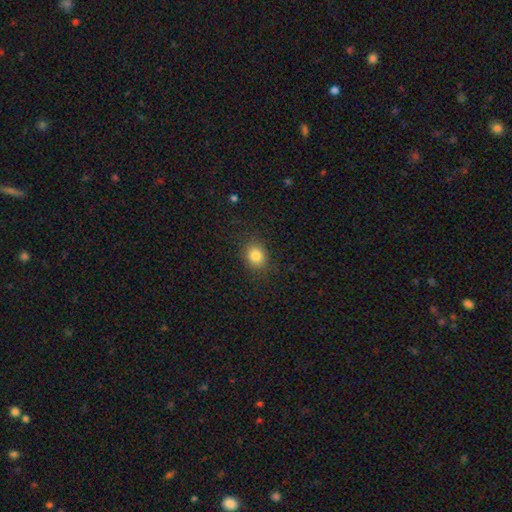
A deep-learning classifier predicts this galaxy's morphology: A smooth galaxy with no disk features (83%) that is round (67%). Merging: none (85%).